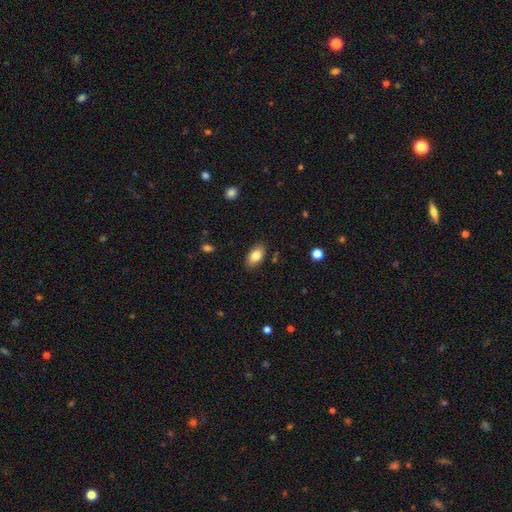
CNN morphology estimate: A smooth galaxy with no disk features (82%) that is in between round and cigar-shaped (92%). Merging: none (86%).